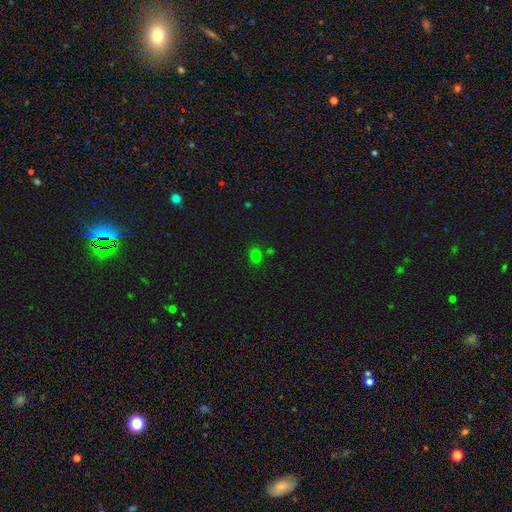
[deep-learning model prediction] This appears to be a smooth galaxy with no disk features (72%) that is round (52%). Merging: none (80%).